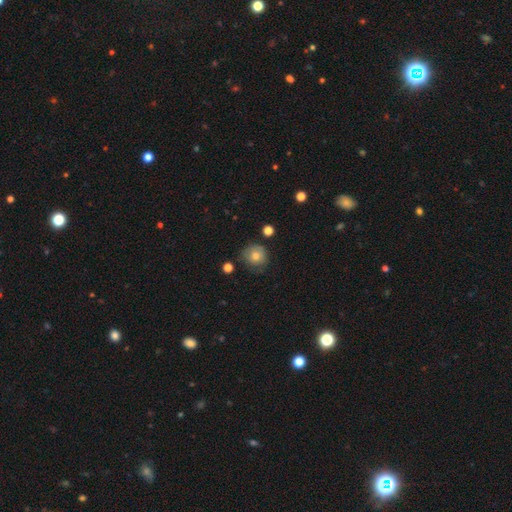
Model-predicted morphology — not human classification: smooth 76%, featured or disk 14%, star or artifact 10%. Down the decision tree: how rounded — round (87%); merging — none (67%).